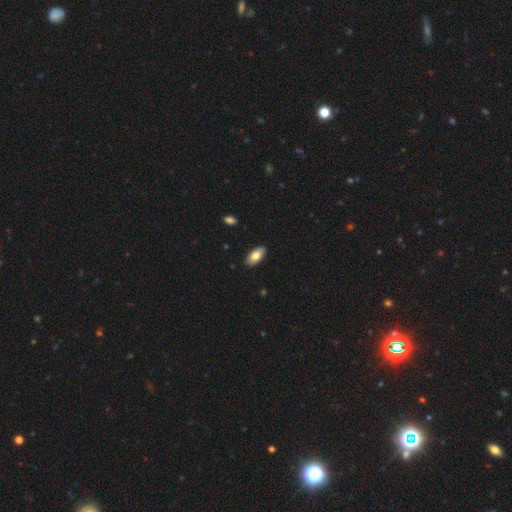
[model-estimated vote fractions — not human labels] Smooth or featured? smooth (77%)
How rounded? in between (93%)
Merging? none (89%)